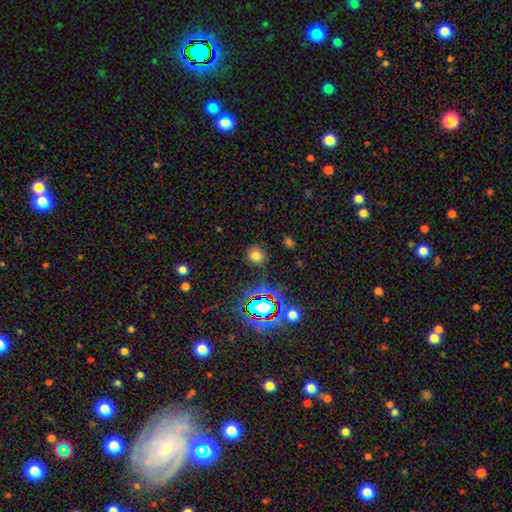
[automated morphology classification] A smooth galaxy with no disk features (69%) that is round (81%).

Vote fractions:
- Smooth or featured? smooth: 69% / star or artifact: 23% / featured or disk: 8%
- How rounded? round: 81% / in between: 18% / cigar-shaped: 1%
- Merging? none: 83% / minor disturbance: 11% / major disturbance: 4% / merger: 2%